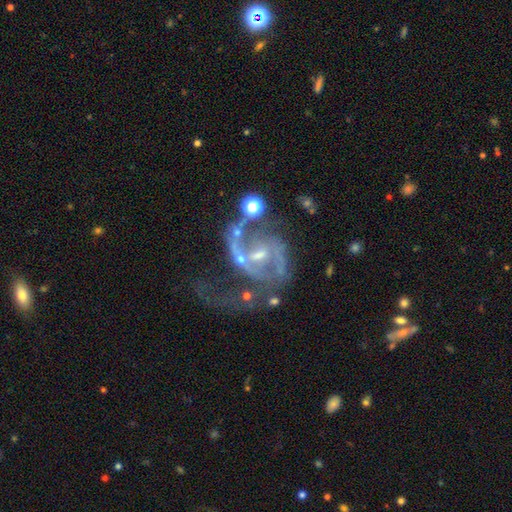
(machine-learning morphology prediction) Overall: featured or disk (85%). Edge-on disk: no (98%). Bar: weak (47%; no 32%). Spiral arms: yes (90%). Spiral arm count: 2 (72%). Spiral winding: medium (47%; loose 37%). Bulge size: small (57%; moderate 31%). Merging: major disturbance (34%; none 32%).